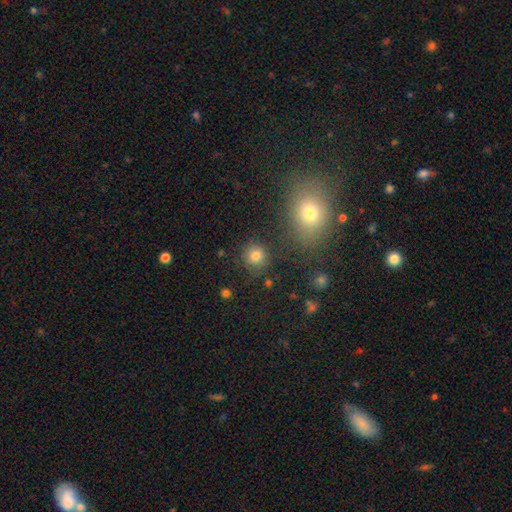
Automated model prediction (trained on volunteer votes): A smooth galaxy with no disk features (80%) that is round (88%).

Vote fractions:
- Smooth or featured? smooth: 80% / star or artifact: 14% / featured or disk: 6%
- How rounded? round: 88% / in between: 10% / cigar-shaped: 1%
- Merging? none: 80% / minor disturbance: 11% / merger: 5% / major disturbance: 4%